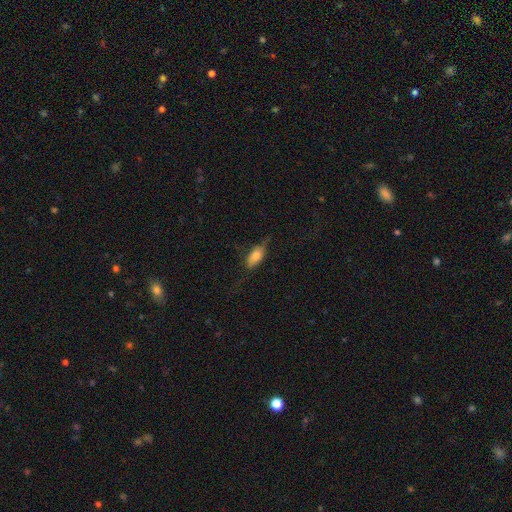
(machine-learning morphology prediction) Smooth or featured: smooth — 70% (featured or disk — 22%)
How rounded: in between — 82% (cigar-shaped — 14%)
Merging: none — 56% (minor disturbance — 27%)